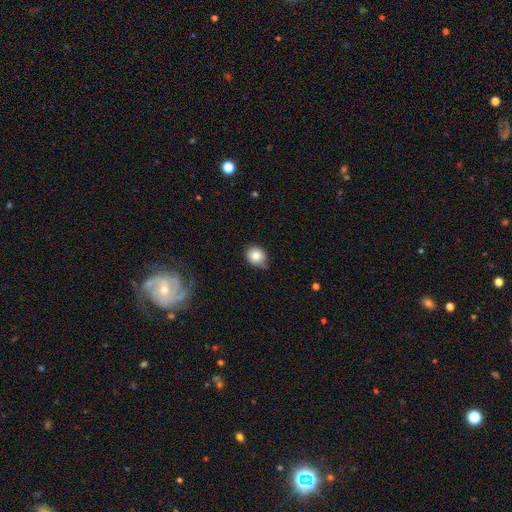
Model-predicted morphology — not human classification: Smooth or featured: smooth — 82% (star or artifact — 10%)
How rounded: round — 76% (in between — 23%)
Merging: none — 70% (minor disturbance — 23%)